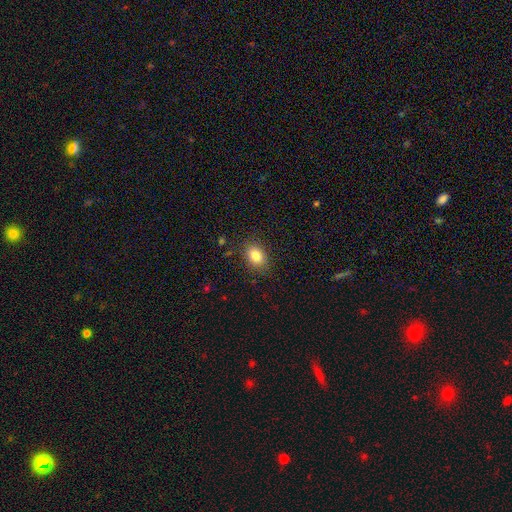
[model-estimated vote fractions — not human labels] smooth_or_featured: smooth (p=0.84) [alt: star or artifact p=0.09]
how_rounded: in between (p=0.71) [alt: round p=0.28]
merging: none (p=0.84) [alt: minor disturbance p=0.12]